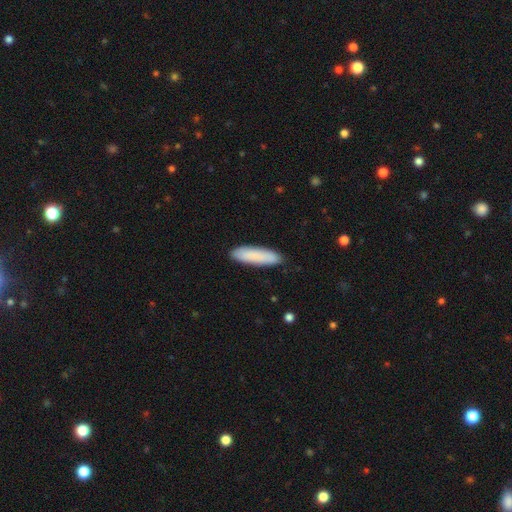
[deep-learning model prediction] This is clearly a smooth galaxy (86%). How rounded: likely cigar-shaped (68%). Merging: clearly none (88%).